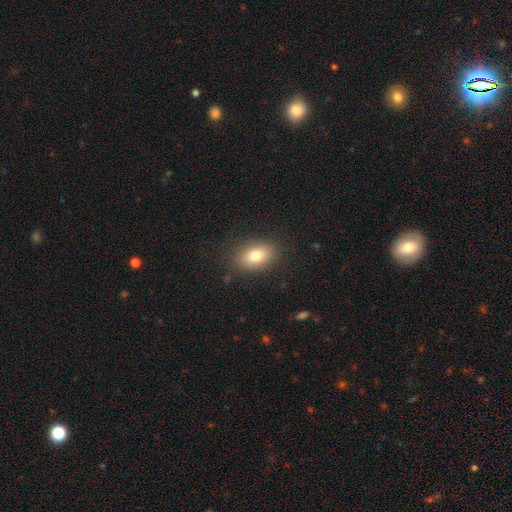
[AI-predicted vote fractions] Smooth or featured? smooth (78%)
How rounded? in between (83%)
Merging? none (86%)